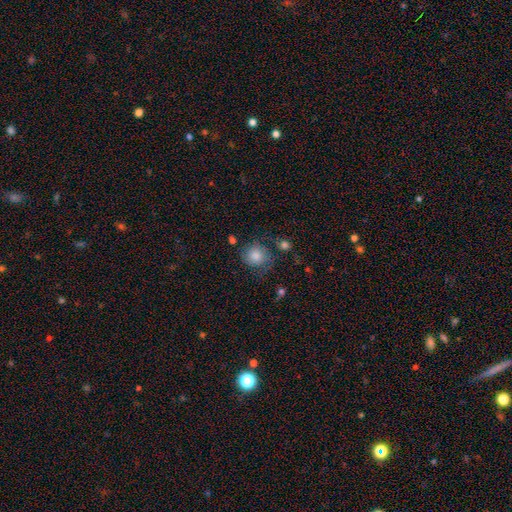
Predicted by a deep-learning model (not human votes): Morphology: type=smooth (68%); roundness=round (81%); merging=none (59%).